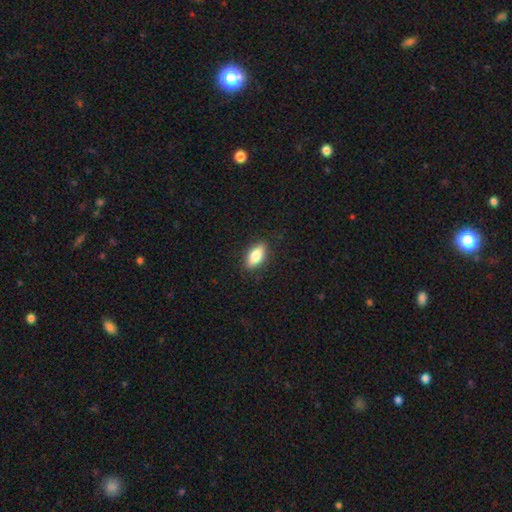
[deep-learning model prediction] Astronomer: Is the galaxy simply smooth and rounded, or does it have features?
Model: smooth — 80%.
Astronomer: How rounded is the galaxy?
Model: in between — 86%.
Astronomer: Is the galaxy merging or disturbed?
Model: none — 87%.